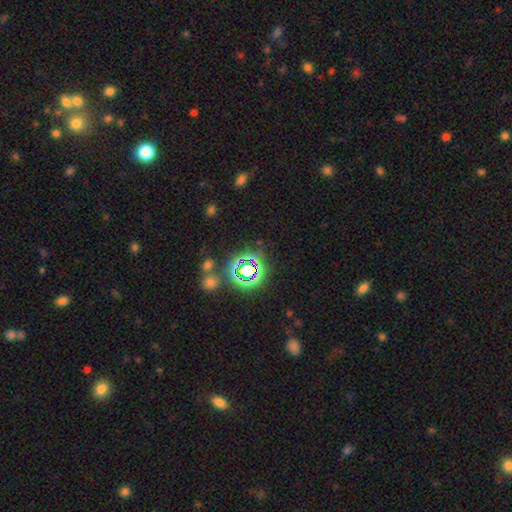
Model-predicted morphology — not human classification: smooth_or_featured: star or artifact (p=0.72) [alt: smooth p=0.19]